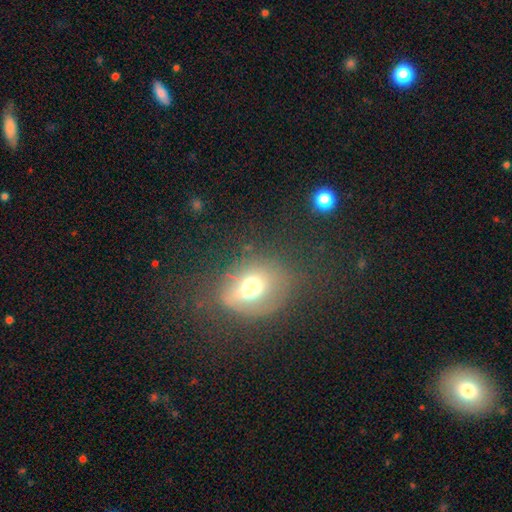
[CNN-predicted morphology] A smooth galaxy with no disk features (48%). Merging: none (73%).